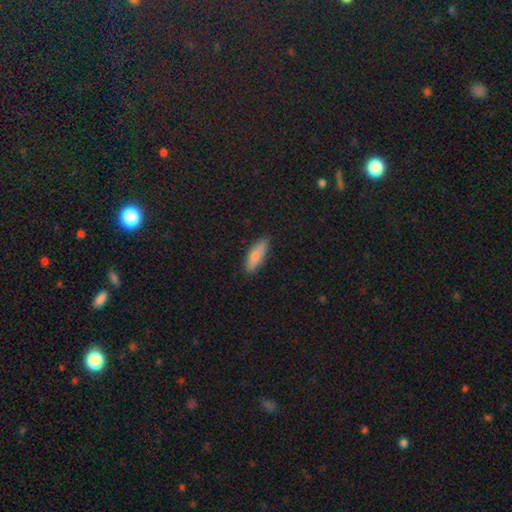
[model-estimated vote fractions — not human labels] Overall: smooth (78%). How rounded: in between (56%; cigar-shaped 42%). Merging: none (84%).